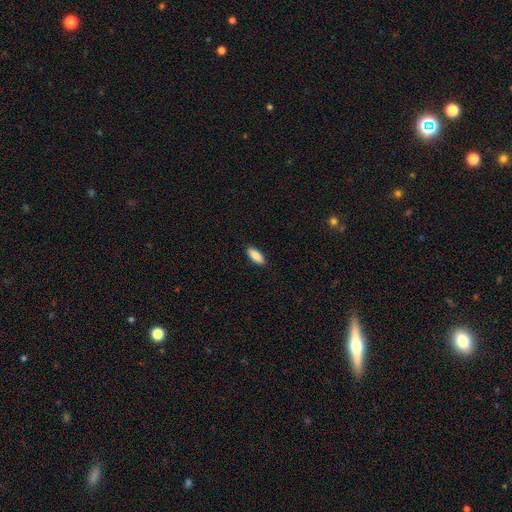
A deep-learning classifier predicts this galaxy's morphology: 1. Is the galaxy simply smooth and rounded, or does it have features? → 85% smooth, 9% featured or disk, 6% star or artifact.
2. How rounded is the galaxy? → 77% in between, 21% cigar-shaped, 2% round.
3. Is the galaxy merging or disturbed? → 90% none, 8% minor disturbance, 2% major disturbance, 1% merger.